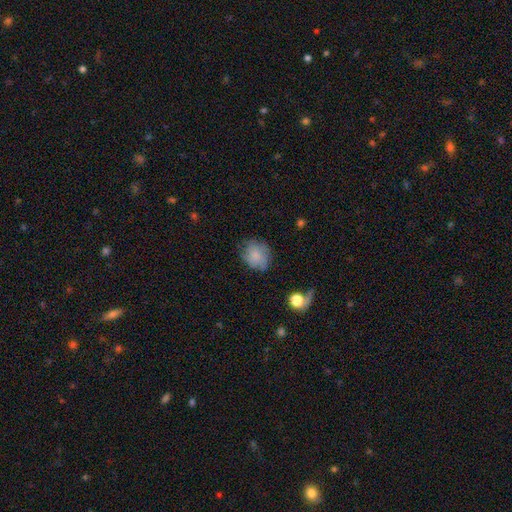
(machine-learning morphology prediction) This appears to be a smooth galaxy with no disk features (67%) that is round (67%). Merging: none (67%).